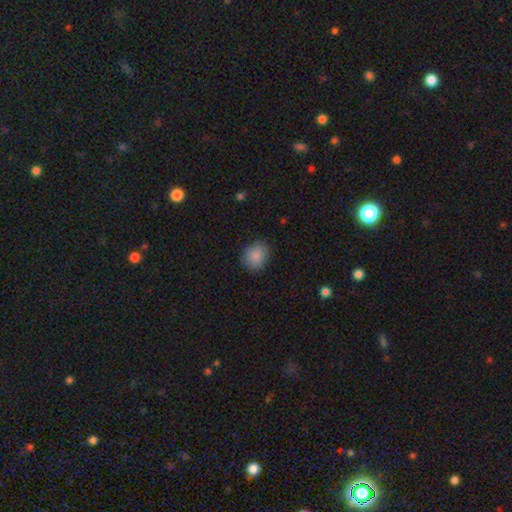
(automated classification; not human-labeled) smooth-or-featured: smooth: 87% | star or artifact: 8% | featured or disk: 5%
  how-rounded: round: 68% | in between: 31% | cigar-shaped: 1%
  merging: none: 82% | minor disturbance: 13% | major disturbance: 3% | merger: 1%